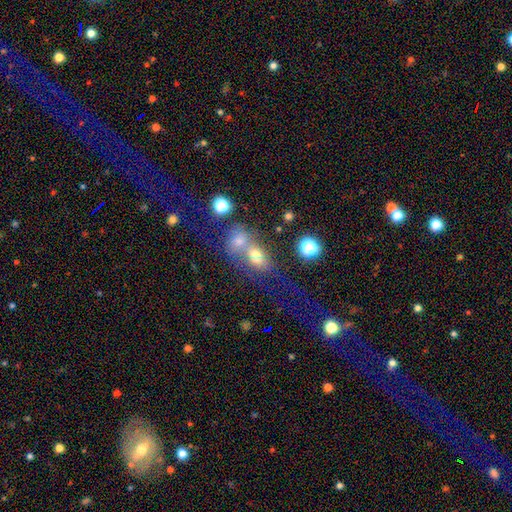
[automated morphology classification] A smooth galaxy with no disk features (59%) that is round (50%).

Vote fractions:
- Smooth or featured? smooth: 59% / star or artifact: 24% / featured or disk: 17%
- How rounded? round: 50% / in between: 48% / cigar-shaped: 3%
- Merging? merger: 59% / none: 28% / minor disturbance: 8% / major disturbance: 6%